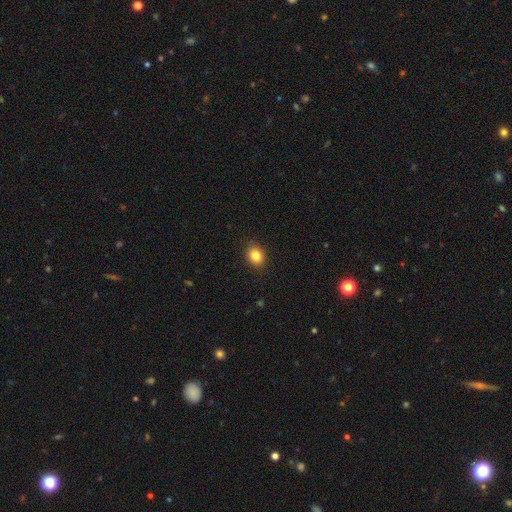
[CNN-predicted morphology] A smooth galaxy with no disk features (84%) that is round (52%).

Vote fractions:
- Smooth or featured? smooth: 84% / star or artifact: 10% / featured or disk: 6%
- How rounded? round: 52% / in between: 47% / cigar-shaped: 1%
- Merging? none: 89% / minor disturbance: 8% / major disturbance: 2% / merger: 1%